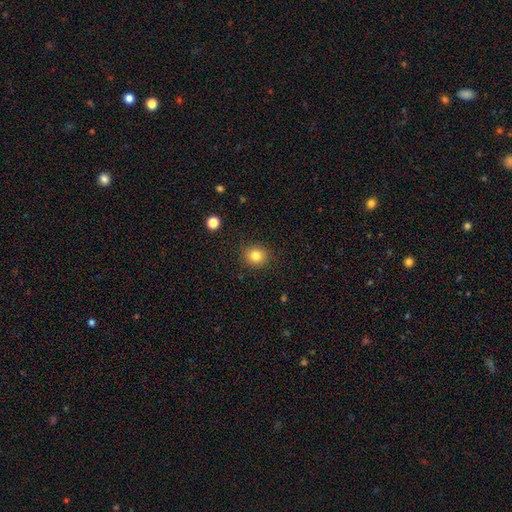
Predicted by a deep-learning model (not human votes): smooth 81%, star or artifact 12%, featured or disk 7%. Down the decision tree: how rounded — round (83%); merging — none (88%).